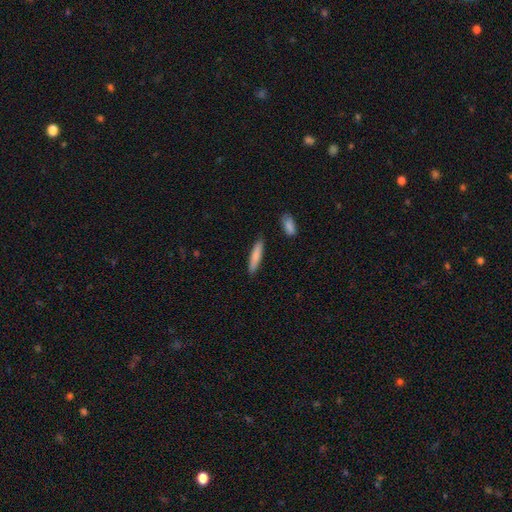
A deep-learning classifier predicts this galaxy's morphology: A smooth galaxy with no disk features (81%) that is cigar-shaped (88%). Merging: none (87%).